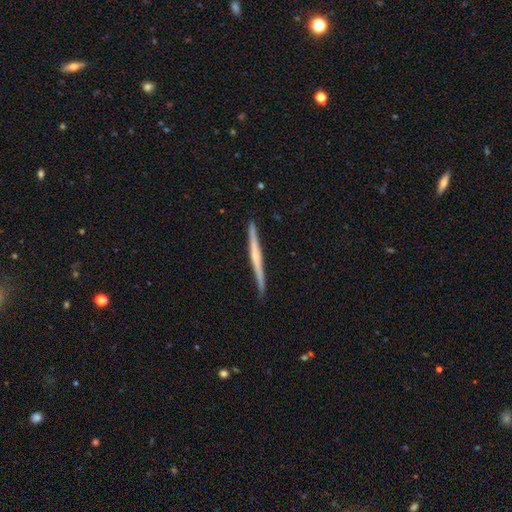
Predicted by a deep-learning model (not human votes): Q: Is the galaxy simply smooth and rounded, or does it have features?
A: featured or disk — 67%.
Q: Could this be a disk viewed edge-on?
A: yes — 98%.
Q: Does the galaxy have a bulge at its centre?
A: none — 48%.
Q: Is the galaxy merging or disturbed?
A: none — 91%.